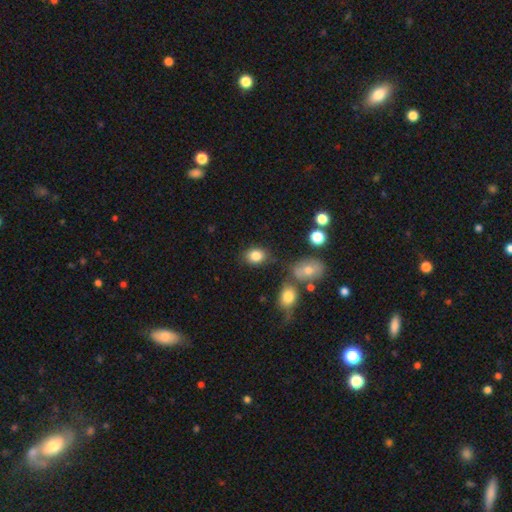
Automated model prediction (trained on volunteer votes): A smooth galaxy with no disk features (84%) that is in between round and cigar-shaped (63%). Merging: none (75%).